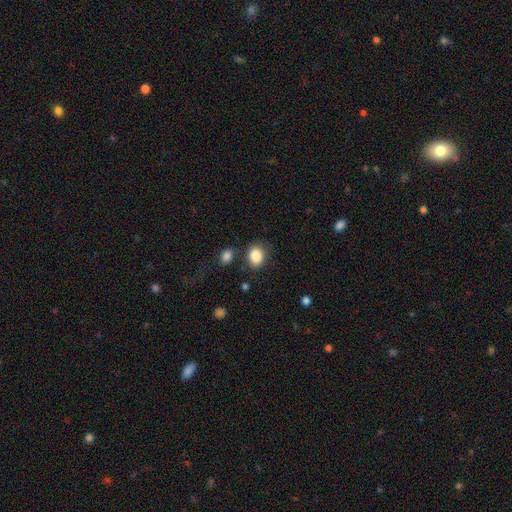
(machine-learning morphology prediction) Q: Smooth or featured?
A: smooth (87%); runner-up: star or artifact (8%)
Q: How rounded?
A: in between (51%); runner-up: round (48%)
Q: Merging?
A: none (70%); runner-up: minor disturbance (16%)